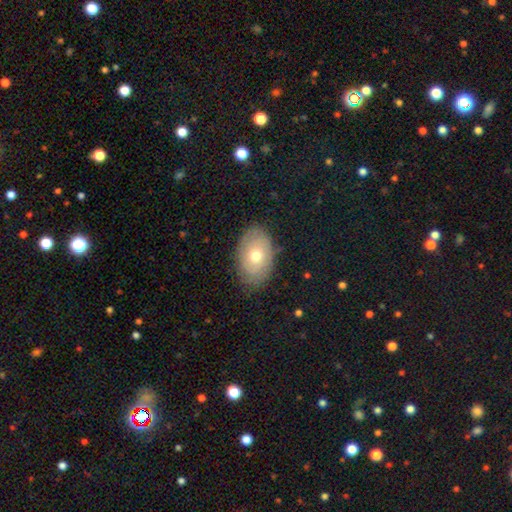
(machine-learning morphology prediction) type=smooth (59%); roundness=in between (88%); merging=none (83%).